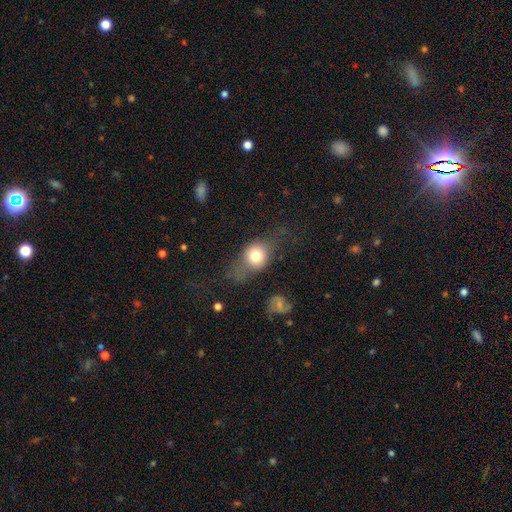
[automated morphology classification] type=smooth (69%); roundness=round (55%); merging=none (51%).